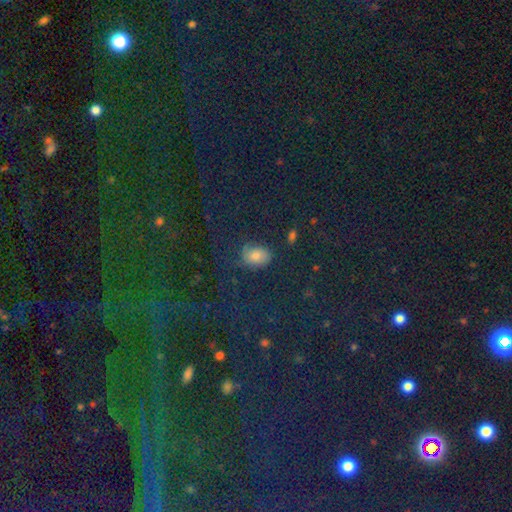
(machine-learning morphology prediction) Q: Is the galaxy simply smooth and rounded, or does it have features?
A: smooth — 61%.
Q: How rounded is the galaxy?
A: in between — 77%.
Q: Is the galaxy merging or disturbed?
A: none — 71%.